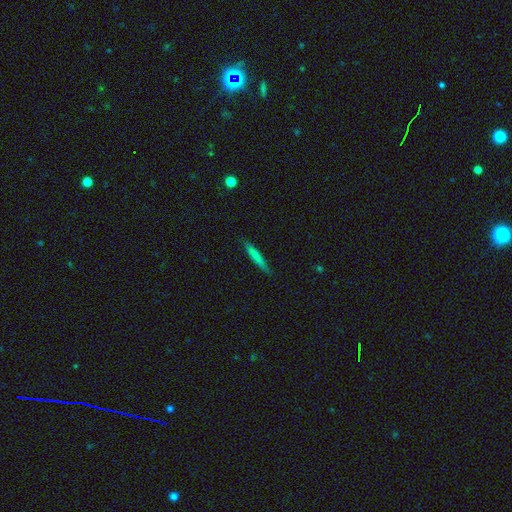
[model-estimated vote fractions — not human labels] A smooth galaxy with no disk features (69%) that is cigar-shaped (94%).

Vote fractions:
- Smooth or featured? smooth: 69% / featured or disk: 25% / star or artifact: 6%
- How rounded? cigar-shaped: 94% / in between: 4% / round: 1%
- Merging? none: 87% / minor disturbance: 10% / major disturbance: 2% / merger: 1%